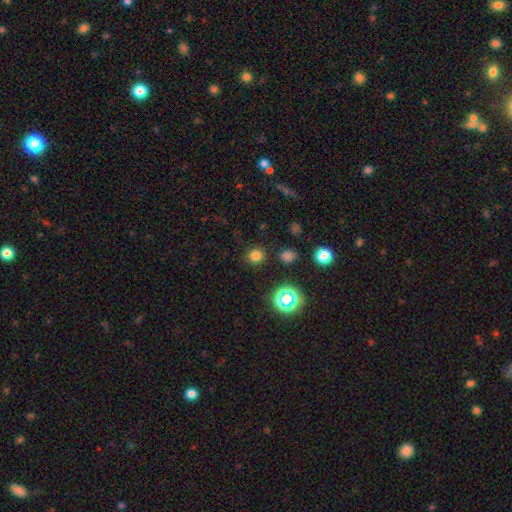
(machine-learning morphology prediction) Overall: smooth (74%). How rounded: round (88%). Merging: none (87%).